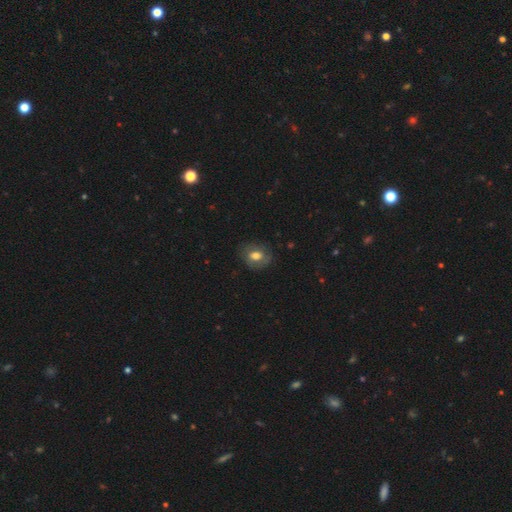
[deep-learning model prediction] A smooth galaxy with no disk features (62%) that is in between round and cigar-shaped (54%).

Vote fractions:
- Smooth or featured? smooth: 62% / featured or disk: 30% / star or artifact: 8%
- How rounded? in between: 54% / round: 45% / cigar-shaped: 1%
- Merging? none: 76% / minor disturbance: 17% / major disturbance: 6% / merger: 1%